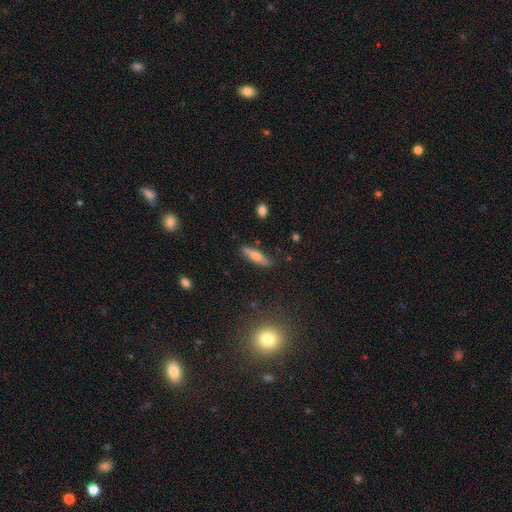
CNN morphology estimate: A smooth galaxy with no disk features (56%) that is cigar-shaped (68%).

Vote fractions:
- Smooth or featured? smooth: 56% / featured or disk: 36% / star or artifact: 7%
- How rounded? cigar-shaped: 68% / in between: 29% / round: 2%
- Merging? none: 80% / minor disturbance: 14% / major disturbance: 3% / merger: 2%